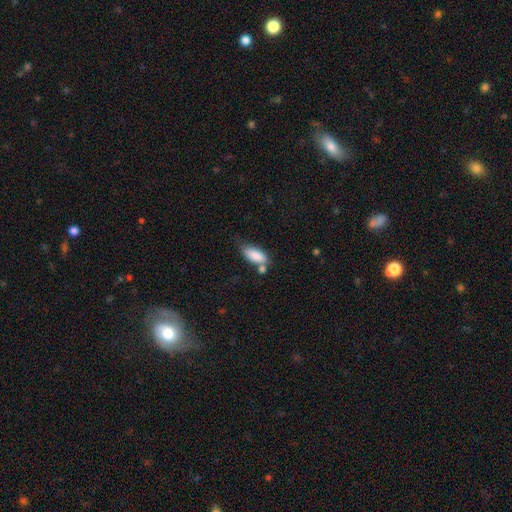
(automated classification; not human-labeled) smooth-or-featured: smooth: 85% | featured or disk: 8% | star or artifact: 7%
  how-rounded: in between: 87% | cigar-shaped: 11% | round: 3%
  merging: none: 44% | minor disturbance: 24% | merger: 24% | major disturbance: 8%